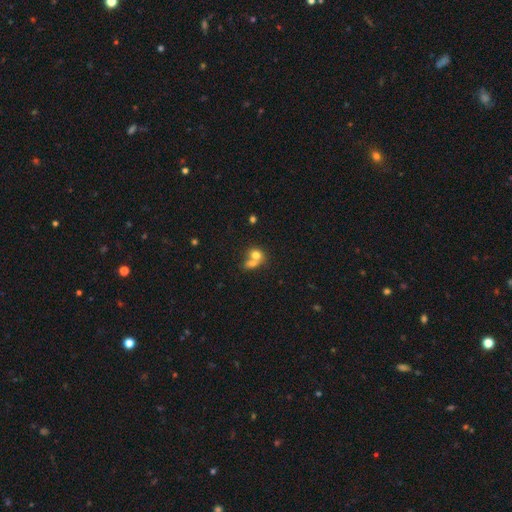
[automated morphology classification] This appears to be a smooth galaxy with no disk features (73%) that is round (60%). Merging: merger (64%).